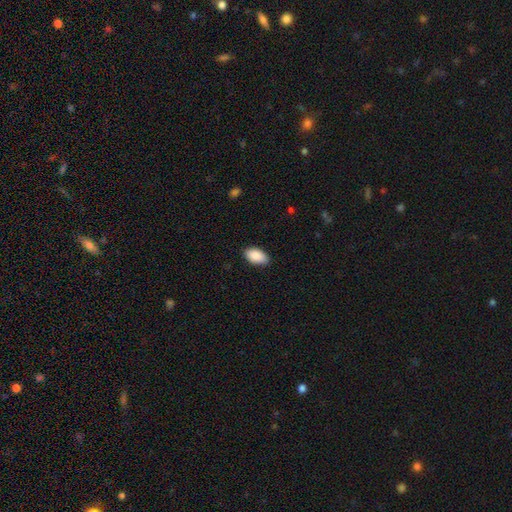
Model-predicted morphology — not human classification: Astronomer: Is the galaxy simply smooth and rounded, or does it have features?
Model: smooth — 90%.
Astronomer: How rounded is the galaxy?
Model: in between — 94%.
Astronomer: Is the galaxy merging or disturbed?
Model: none — 85%.